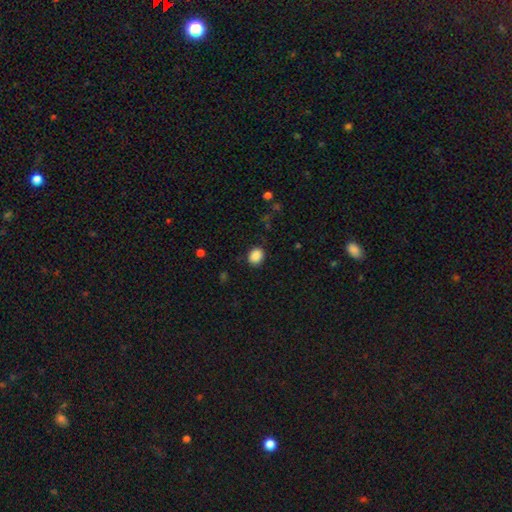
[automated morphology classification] Q: Smooth or featured?
A: smooth (88%); runner-up: star or artifact (9%)
Q: How rounded?
A: round (67%); runner-up: in between (32%)
Q: Merging?
A: none (88%); runner-up: minor disturbance (9%)